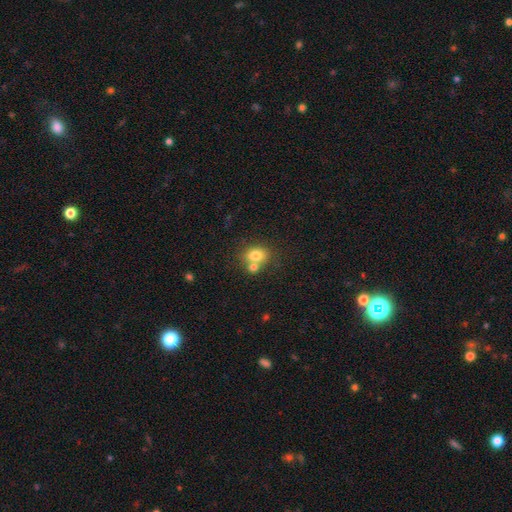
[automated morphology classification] smooth_or_featured: smooth (p=0.76) [alt: featured or disk p=0.13]
how_rounded: round (p=0.51) [alt: in between p=0.48]
merging: none (p=0.48) [alt: merger p=0.39]